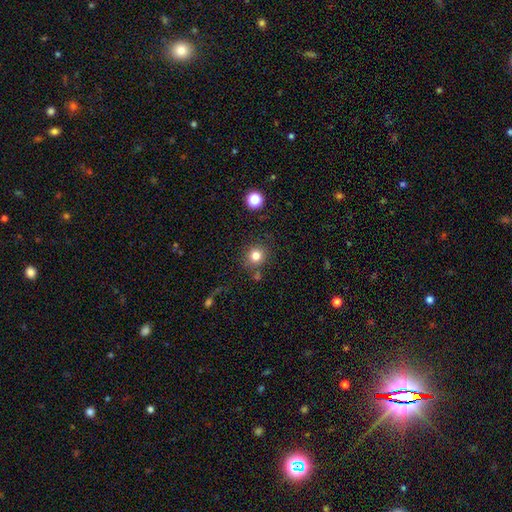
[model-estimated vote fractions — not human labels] smooth_or_featured: smooth (p=0.80) [alt: star or artifact p=0.13]
how_rounded: round (p=0.89) [alt: in between p=0.10]
merging: none (p=0.82) [alt: minor disturbance p=0.09]